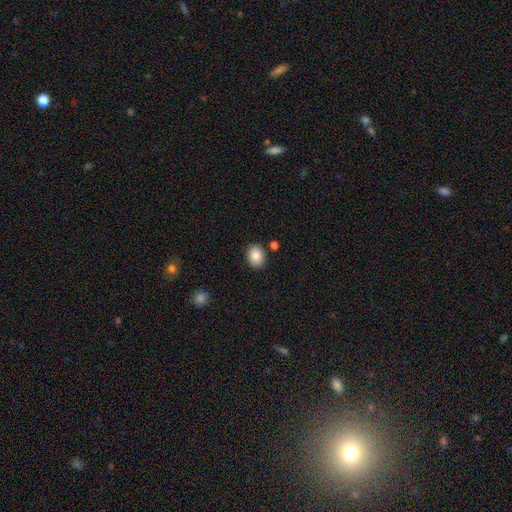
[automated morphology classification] Overall: smooth (87%). How rounded: in between (55%; round 45%). Merging: none (86%).